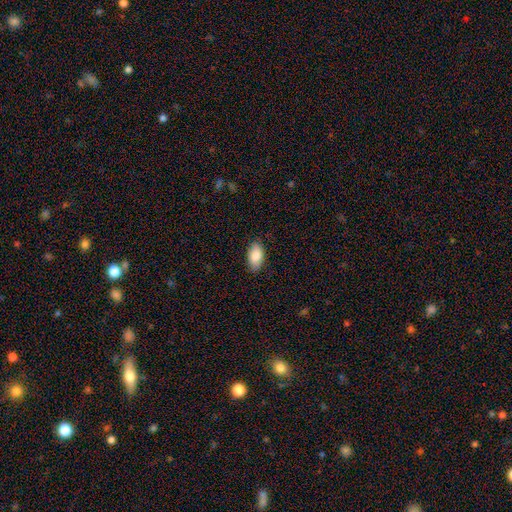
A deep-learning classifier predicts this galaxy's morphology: Smooth or featured?
  - smooth: 85% *
  - featured or disk: 9%
  - star or artifact: 6%
How rounded?
  - in between: 94% *
  - round: 3%
  - cigar-shaped: 3%
Merging?
  - none: 85% *
  - minor disturbance: 12%
  - major disturbance: 2%
  - merger: 1%